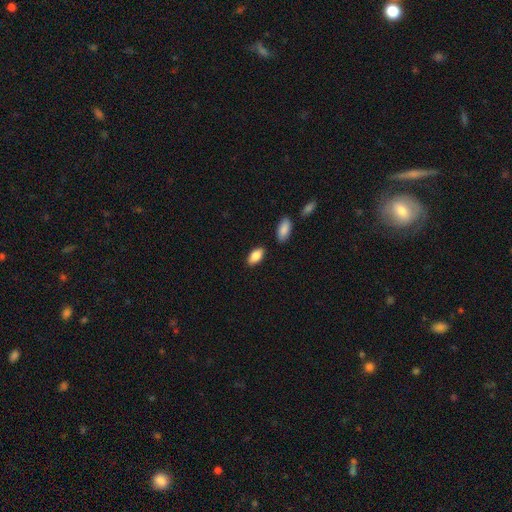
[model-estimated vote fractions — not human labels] Smooth or featured: smooth — 86% (featured or disk — 8%)
How rounded: in between — 92% (cigar-shaped — 5%)
Merging: none — 84% (minor disturbance — 10%)